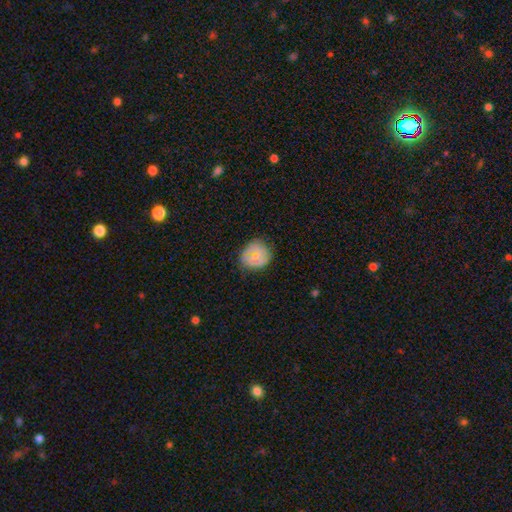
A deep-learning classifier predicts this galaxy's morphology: Smooth or featured? smooth (57%)
How rounded? round (75%)
Merging? none (73%)